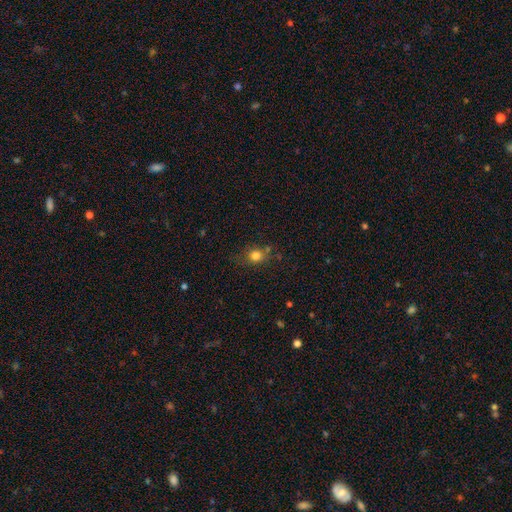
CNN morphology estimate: Smooth or featured? Predicted: smooth (p=0.79). How rounded? Predicted: round (p=0.72). Merging? Predicted: none (p=0.67).